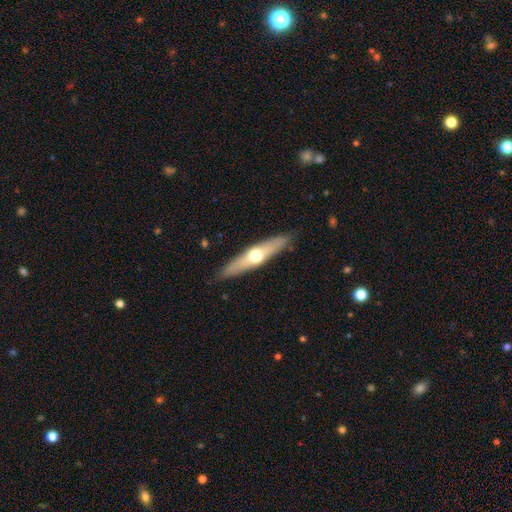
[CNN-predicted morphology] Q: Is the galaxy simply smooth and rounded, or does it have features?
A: featured or disk — 56%.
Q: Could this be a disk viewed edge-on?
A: yes — 90%.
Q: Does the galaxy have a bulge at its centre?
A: rounded — 93%.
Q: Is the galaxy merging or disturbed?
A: none — 87%.